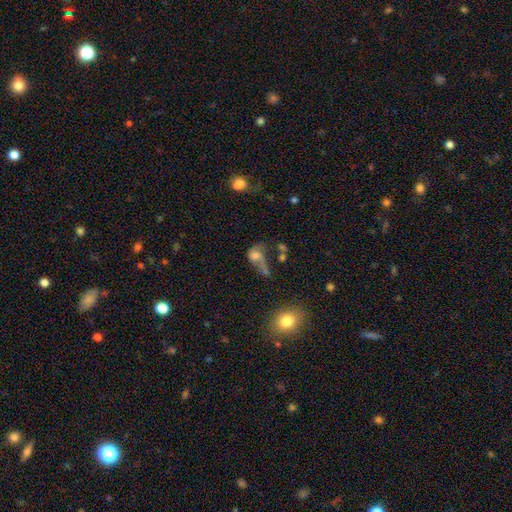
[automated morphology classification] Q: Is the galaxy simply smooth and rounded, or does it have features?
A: smooth — 53%.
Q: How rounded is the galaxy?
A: in between — 63%.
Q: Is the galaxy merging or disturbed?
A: major disturbance — 44%.